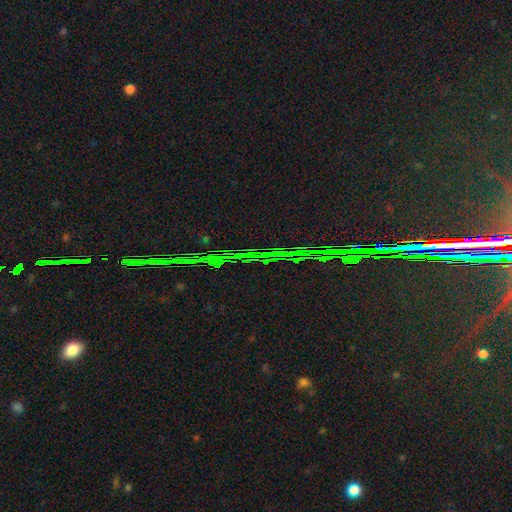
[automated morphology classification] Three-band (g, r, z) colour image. It shows a star or artifact, not a galaxy (86%).